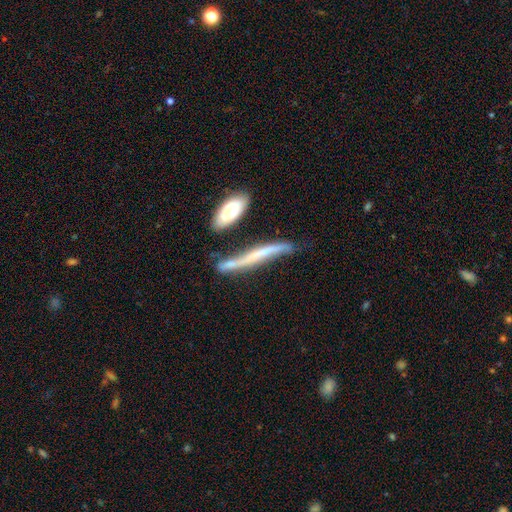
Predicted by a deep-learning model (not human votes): Smooth or featured? Predicted: featured or disk (p=0.57). Edge-on disk? Predicted: yes (p=0.72). Merging? Predicted: none (p=0.50).